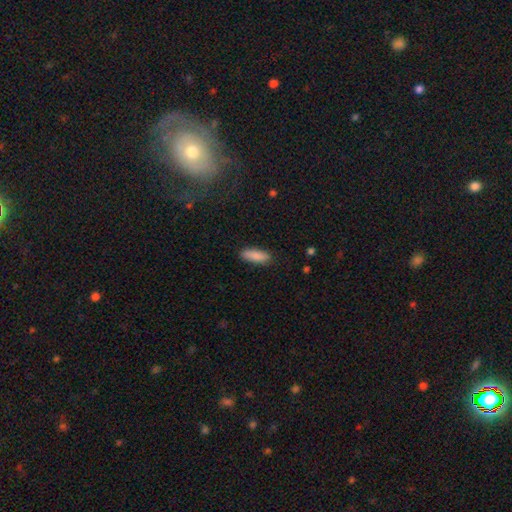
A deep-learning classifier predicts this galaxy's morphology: Q: Smooth or featured?
A: smooth (87%); runner-up: featured or disk (7%)
Q: How rounded?
A: in between (63%); runner-up: cigar-shaped (35%)
Q: Merging?
A: none (86%); runner-up: minor disturbance (11%)